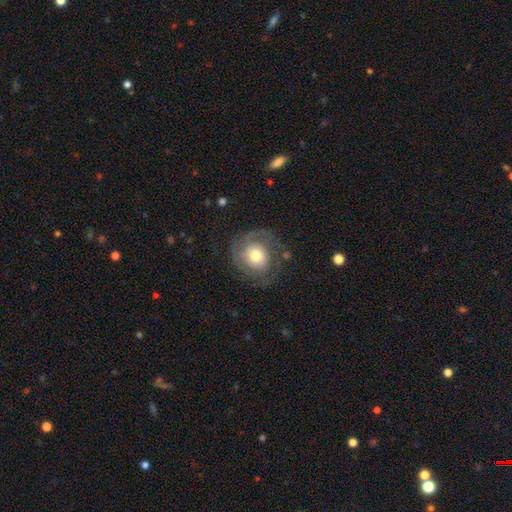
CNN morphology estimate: This appears to be a featured or disk galaxy (53%) with no bar (81%), spiral arms (76%) and a moderate central bulge (66%). Merging: none (66%).